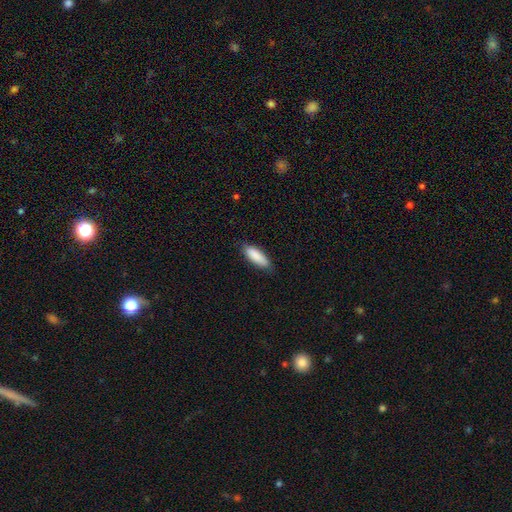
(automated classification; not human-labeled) Overall: smooth (88%). How rounded: in between (57%; cigar-shaped 41%). Merging: none (81%).